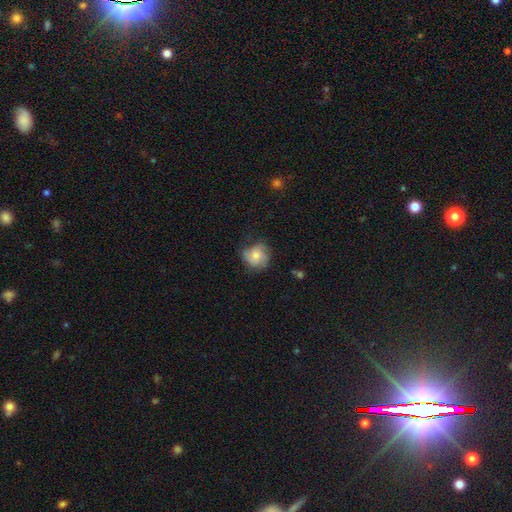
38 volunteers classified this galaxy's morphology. Smooth or featured? featured or disk (55%)
Edge-on disk? no (95%)
Bar? no (95%)
Spiral arms? yes (65%)
Spiral winding? medium (62%)
Spiral arm count? 3 (77%)
Bulge size? moderate (75%)
Merging? none (53%)